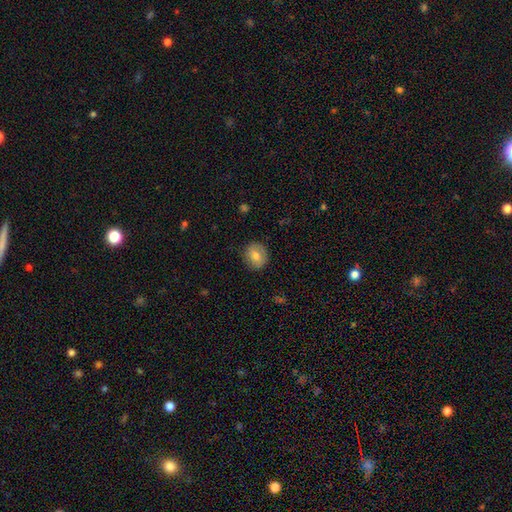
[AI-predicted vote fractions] Q: Smooth or featured?
A: smooth (77%); runner-up: featured or disk (15%)
Q: How rounded?
A: round (78%); runner-up: in between (21%)
Q: Merging?
A: none (86%); runner-up: minor disturbance (11%)